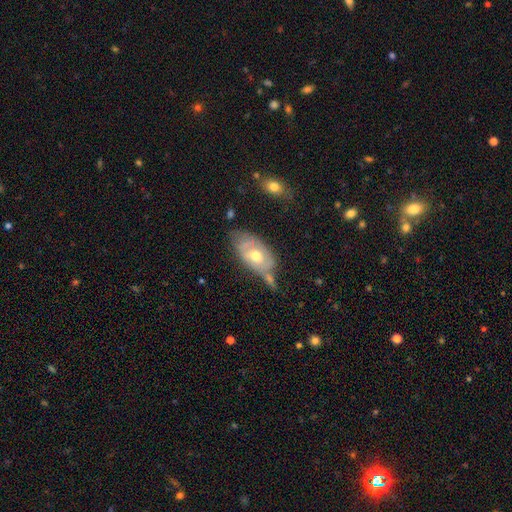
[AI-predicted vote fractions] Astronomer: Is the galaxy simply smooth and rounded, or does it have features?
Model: featured or disk — 58% (runner-up: smooth, 36%).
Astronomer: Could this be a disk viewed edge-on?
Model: no — 89%.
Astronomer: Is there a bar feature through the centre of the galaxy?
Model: no — 81%.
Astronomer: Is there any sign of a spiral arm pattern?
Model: no — 53% (runner-up: yes, 47%).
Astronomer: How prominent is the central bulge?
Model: moderate — 77%.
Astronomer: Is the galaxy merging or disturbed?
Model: none — 42% (runner-up: minor disturbance, 29%).